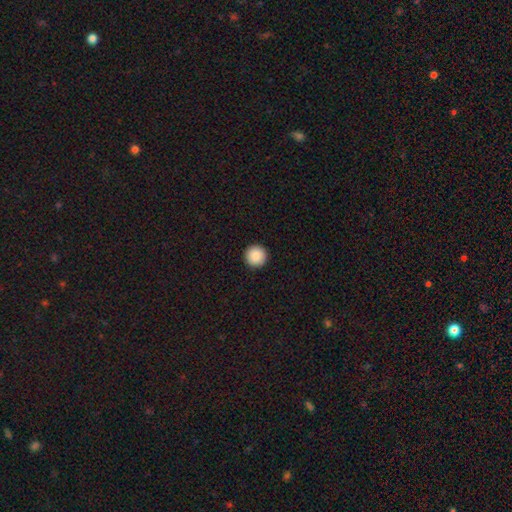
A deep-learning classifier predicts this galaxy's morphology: This appears to be a smooth galaxy with no disk features (89%) that is round (97%). Merging: none (94%).